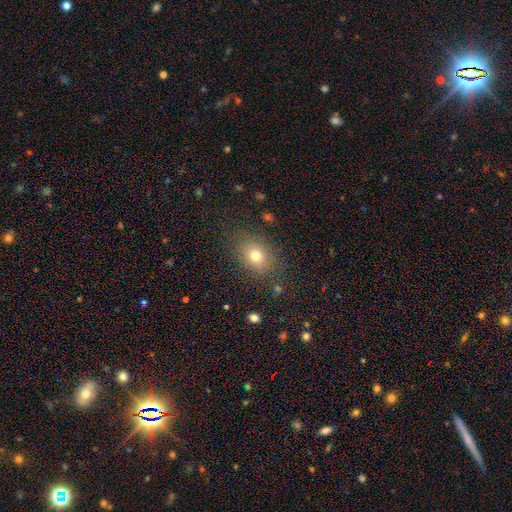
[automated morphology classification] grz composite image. It shows a smooth galaxy with no disk features (74%) that is in between round and cigar-shaped (63%). Merging: none (80%).